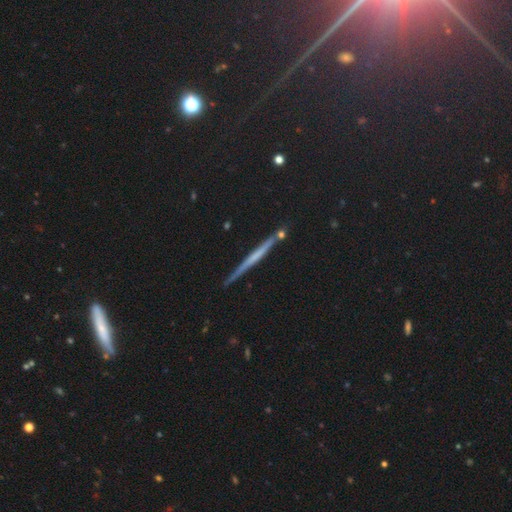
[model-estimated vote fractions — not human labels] Overall: featured or disk (50%; smooth 32%). Edge-on disk: yes (96%). Merging: none (87%).